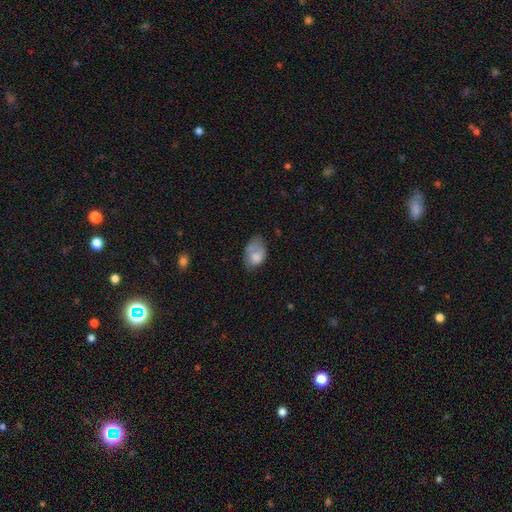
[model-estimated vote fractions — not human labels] This appears to be a smooth galaxy with no disk features (69%) that is in between round and cigar-shaped (84%). Merging: minor disturbance (35%, tied with none).